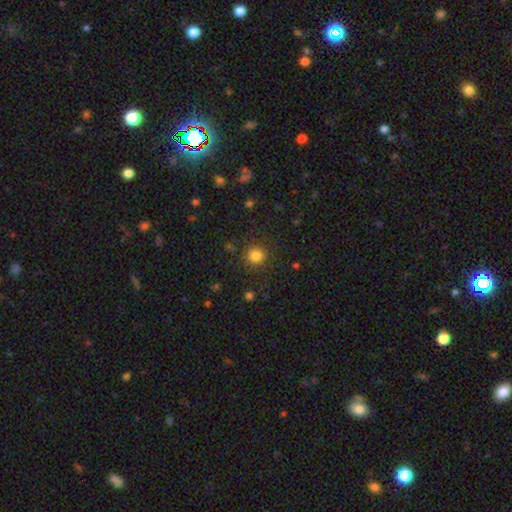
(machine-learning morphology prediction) Smooth or featured? smooth (82%)
How rounded? round (93%)
Merging? none (88%)